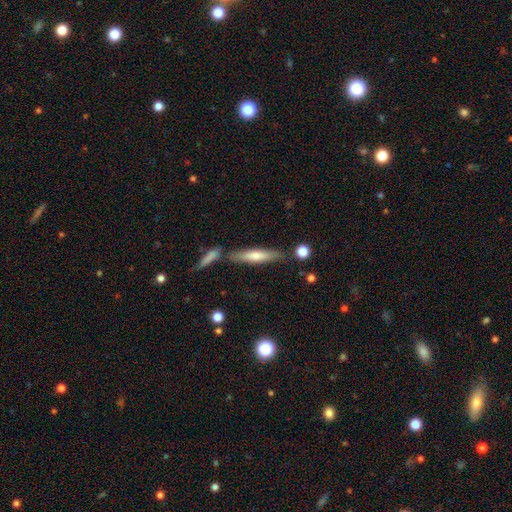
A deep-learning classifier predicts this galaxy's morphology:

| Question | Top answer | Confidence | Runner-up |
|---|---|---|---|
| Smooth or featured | smooth | 53% | featured or disk (40%) |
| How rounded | cigar-shaped | 85% | in between (13%) |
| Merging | none | 75% | merger (12%) |